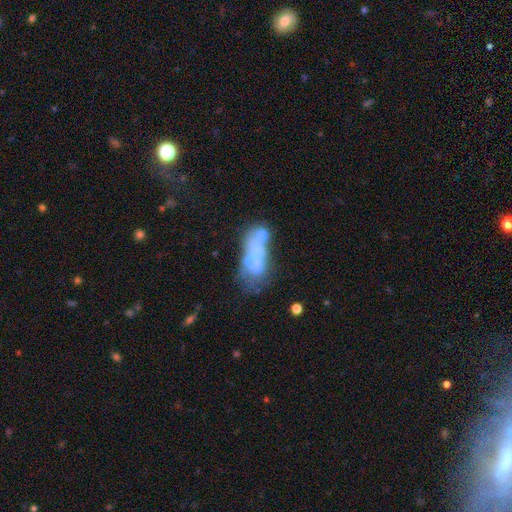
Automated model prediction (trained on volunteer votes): A featured or disk galaxy (46%). Merging: merger (33%).